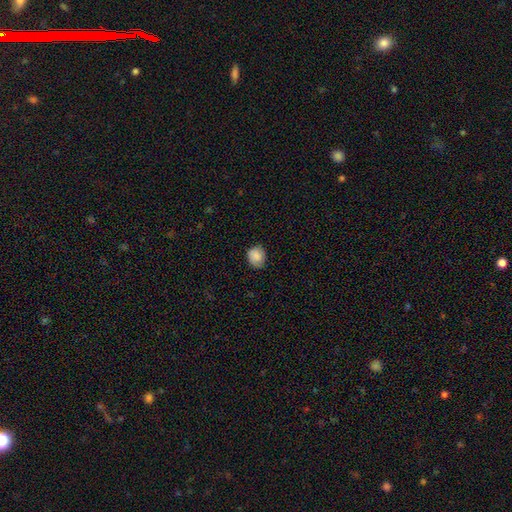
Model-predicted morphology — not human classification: This is clearly a smooth galaxy (87%). How rounded: likely round (73%). Merging: likely none (79%).